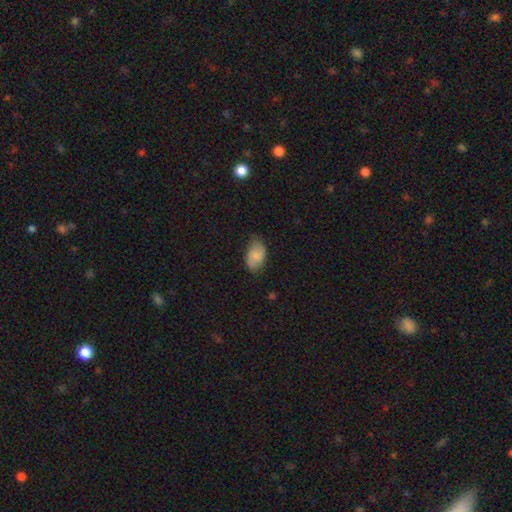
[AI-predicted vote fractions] Morphology: type=smooth (74%); roundness=in between (92%); merging=none (65%).